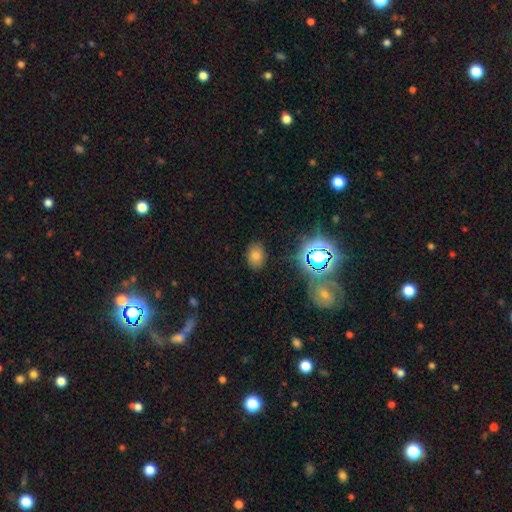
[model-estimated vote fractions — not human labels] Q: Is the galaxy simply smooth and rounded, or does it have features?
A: smooth — 59%.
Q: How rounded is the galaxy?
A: in between — 67%.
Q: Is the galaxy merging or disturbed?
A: none — 83%.